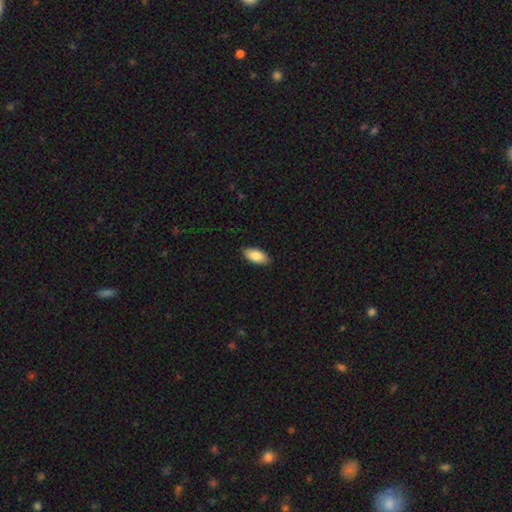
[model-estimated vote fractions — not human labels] smooth 85%, featured or disk 9%, star or artifact 6%. Down the decision tree: how rounded — in between (92%); merging — none (88%).